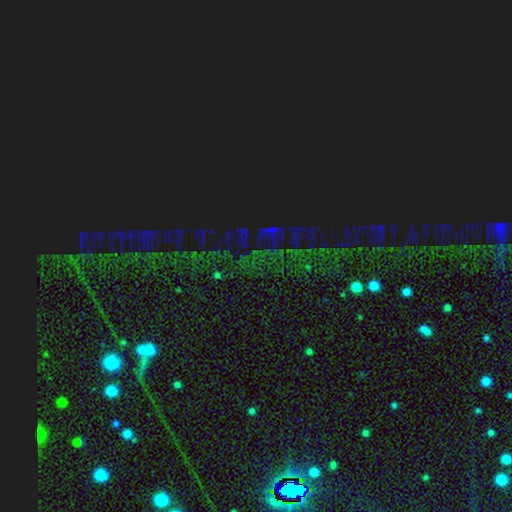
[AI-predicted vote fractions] The model was most divided on "smooth or featured": star or artifact: 84%, smooth: 9%, featured or disk: 8%.